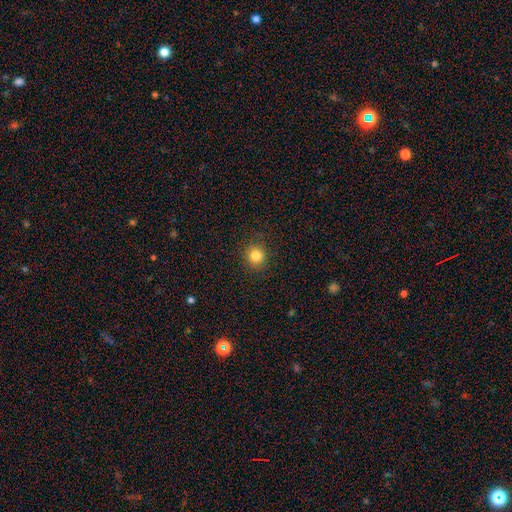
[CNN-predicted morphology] Smooth or featured? Predicted: smooth (p=0.83). How rounded? Predicted: round (p=0.92). Merging? Predicted: none (p=0.90).